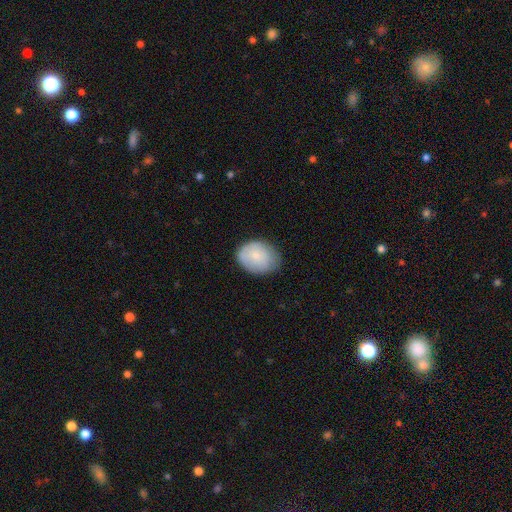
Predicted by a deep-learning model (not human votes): Smooth or featured? Predicted: smooth (p=0.79). How rounded? Predicted: in between (p=0.61). Merging? Predicted: none (p=0.69).